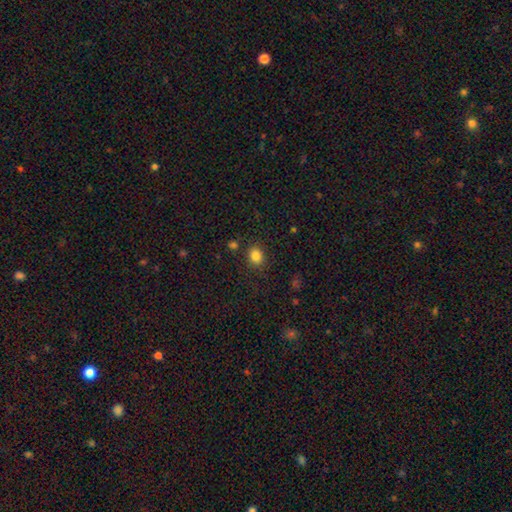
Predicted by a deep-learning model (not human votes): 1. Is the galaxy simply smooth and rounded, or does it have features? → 84% smooth, 12% star or artifact, 5% featured or disk.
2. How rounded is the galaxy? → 68% round, 31% in between, 1% cigar-shaped.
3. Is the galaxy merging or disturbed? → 84% none, 9% minor disturbance, 3% merger, 3% major disturbance.